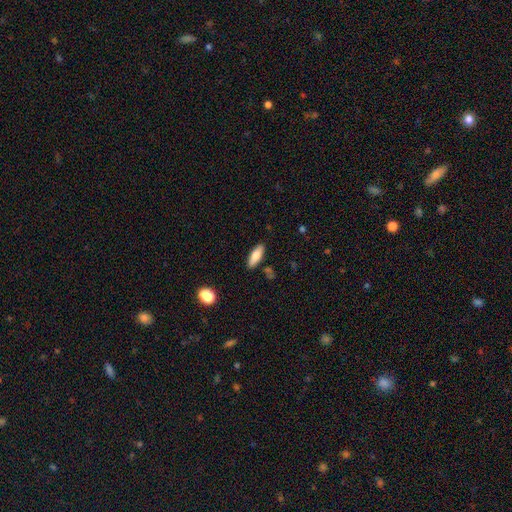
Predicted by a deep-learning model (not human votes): Morphology: type=smooth (77%); roundness=in between (67%); merging=none (85%).